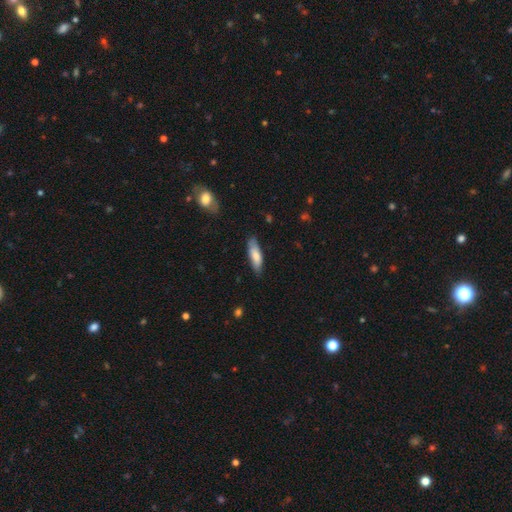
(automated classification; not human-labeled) Q: Smooth or featured?
A: smooth (77%); runner-up: featured or disk (17%)
Q: How rounded?
A: cigar-shaped (53%); runner-up: in between (45%)
Q: Merging?
A: none (79%); runner-up: minor disturbance (17%)